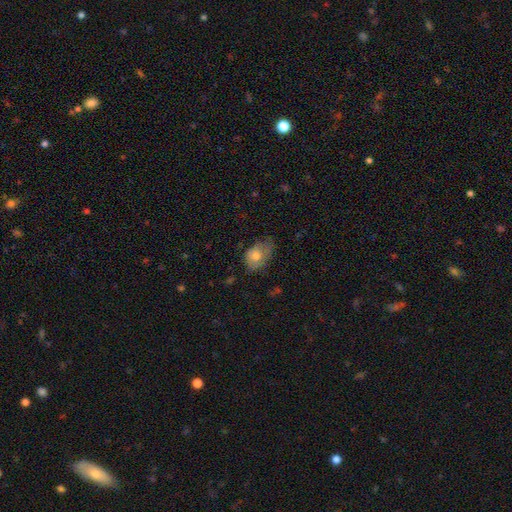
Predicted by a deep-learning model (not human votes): Smooth or featured: smooth — 69% (featured or disk — 23%)
How rounded: in between — 74% (round — 25%)
Merging: none — 41% (minor disturbance — 40%)